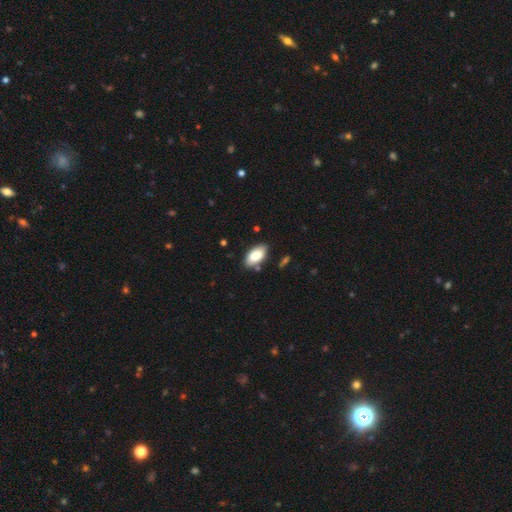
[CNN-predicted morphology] A smooth galaxy with no disk features (84%) that is in between round and cigar-shaped (94%).

Vote fractions:
- Smooth or featured? smooth: 84% / featured or disk: 9% / star or artifact: 6%
- How rounded? in between: 94% / cigar-shaped: 4% / round: 3%
- Merging? none: 82% / minor disturbance: 13% / merger: 3% / major disturbance: 2%